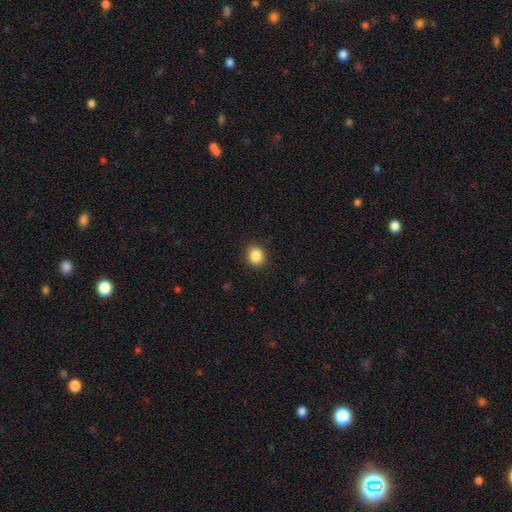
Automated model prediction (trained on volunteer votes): smooth_or_featured: smooth (p=0.87) [alt: star or artifact p=0.10]
how_rounded: round (p=0.71) [alt: in between p=0.28]
merging: none (p=0.90) [alt: minor disturbance p=0.07]